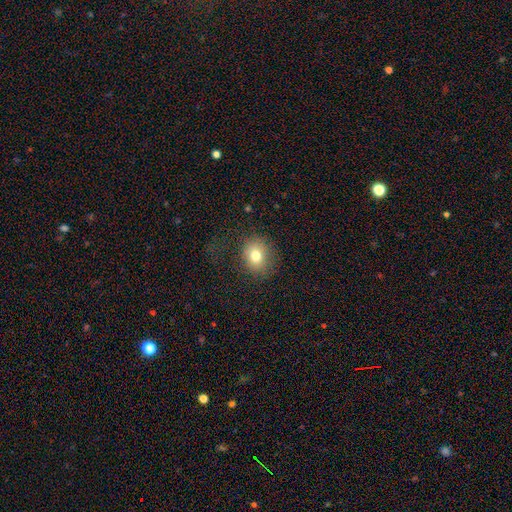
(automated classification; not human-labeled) Smooth or featured?
  - smooth: 77% *
  - star or artifact: 12%
  - featured or disk: 11%
How rounded?
  - round: 66% *
  - in between: 33%
  - cigar-shaped: 1%
Merging?
  - none: 76% *
  - minor disturbance: 14%
  - major disturbance: 9%
  - merger: 1%